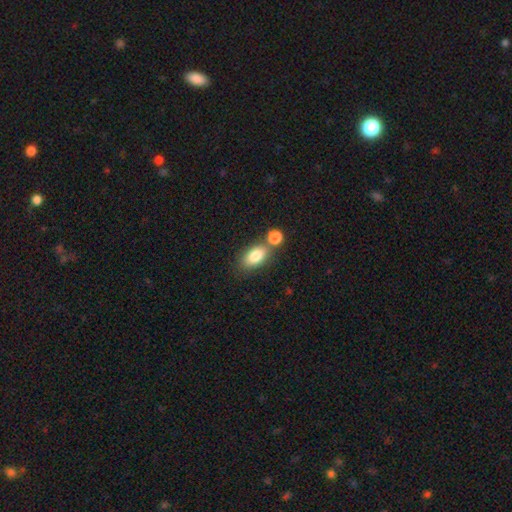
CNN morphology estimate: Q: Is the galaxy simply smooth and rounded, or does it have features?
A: smooth — 82%.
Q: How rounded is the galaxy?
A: in between — 87%.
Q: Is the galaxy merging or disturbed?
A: none — 56%.